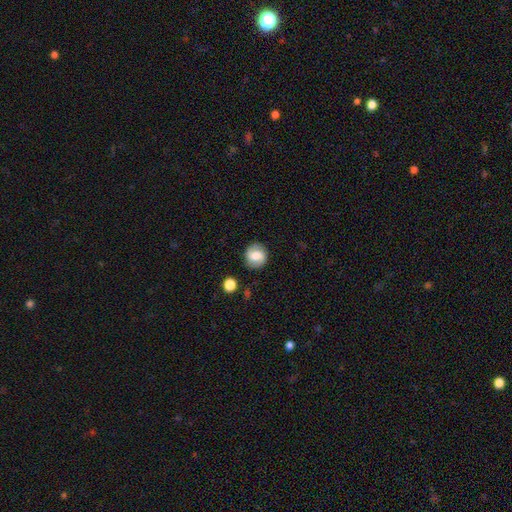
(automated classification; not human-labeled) Q: Smooth or featured?
A: smooth (52%); runner-up: featured or disk (40%)
Q: How rounded?
A: round (85%); runner-up: in between (14%)
Q: Merging?
A: none (85%); runner-up: minor disturbance (10%)